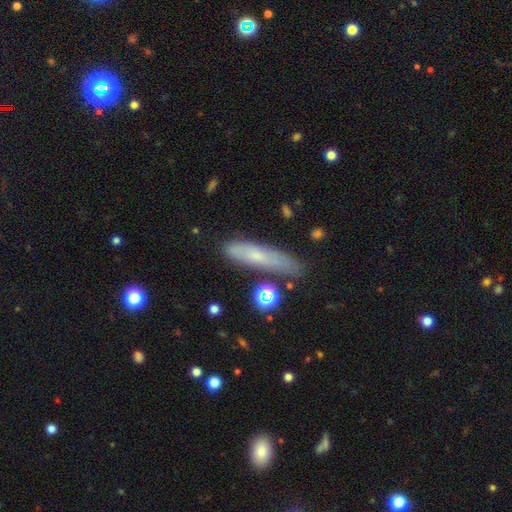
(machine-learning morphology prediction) A smooth galaxy with no disk features (61%) that is cigar-shaped (81%).

Vote fractions:
- Smooth or featured? smooth: 61% / featured or disk: 30% / star or artifact: 9%
- How rounded? cigar-shaped: 81% / in between: 16% / round: 3%
- Merging? none: 73% / minor disturbance: 18% / merger: 5% / major disturbance: 4%